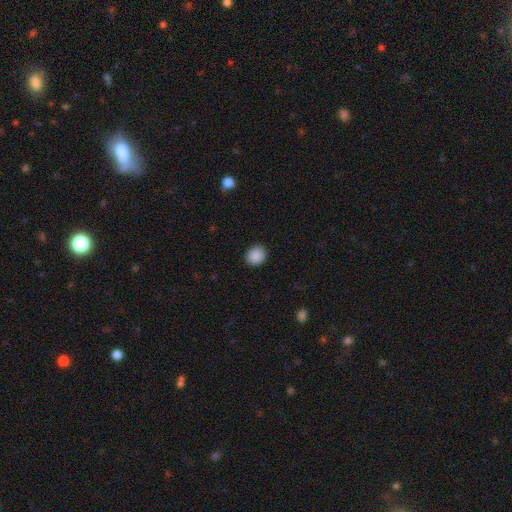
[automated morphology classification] A smooth galaxy with no disk features (89%) that is round (75%). Merging: none (90%).